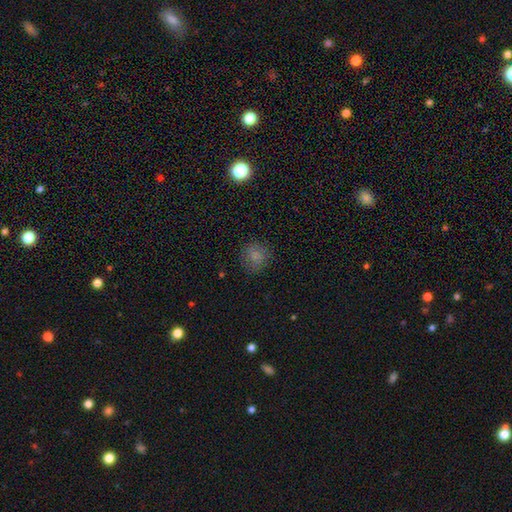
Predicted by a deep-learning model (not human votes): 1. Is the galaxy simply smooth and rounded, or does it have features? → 79% smooth, 13% star or artifact, 8% featured or disk.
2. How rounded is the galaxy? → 84% round, 15% in between, 1% cigar-shaped.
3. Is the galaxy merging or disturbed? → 80% none, 14% minor disturbance, 4% major disturbance, 1% merger.